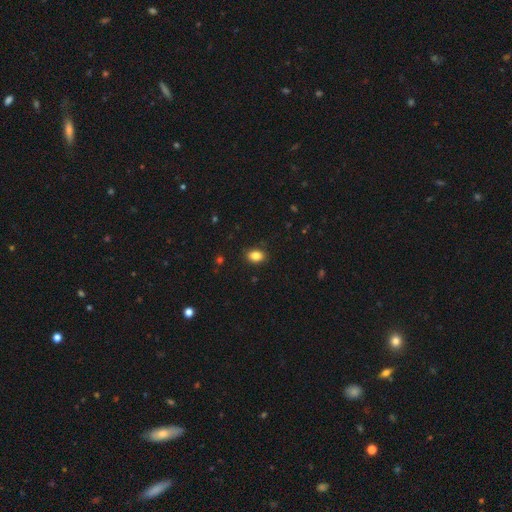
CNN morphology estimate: Overall: smooth (86%). How rounded: in between (74%). Merging: none (87%).